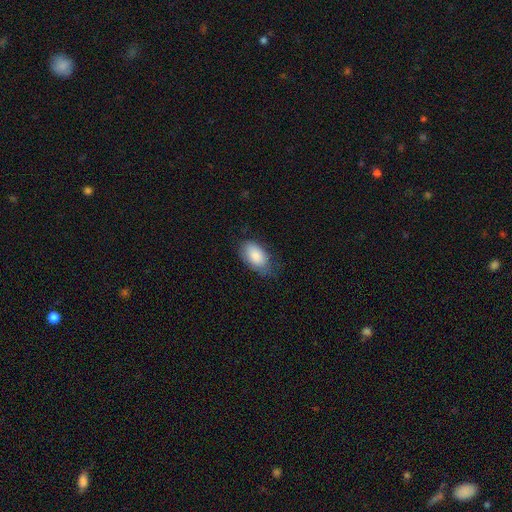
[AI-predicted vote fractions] The model was most divided on "merging": none: 62%, minor disturbance: 29%, major disturbance: 8%, merger: 1%. More confident: how rounded — in between (94%); smooth or featured — smooth (83%).